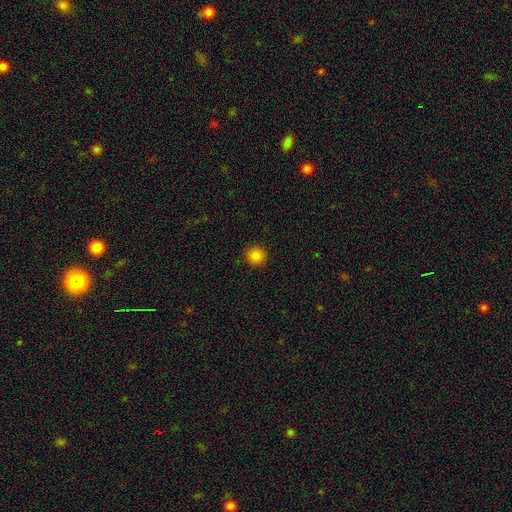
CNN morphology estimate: A smooth galaxy with no disk features (84%) that is round (92%).

Vote fractions:
- Smooth or featured? smooth: 84% / star or artifact: 13% / featured or disk: 4%
- How rounded? round: 92% / in between: 7% / cigar-shaped: 1%
- Merging? none: 91% / minor disturbance: 6% / major disturbance: 2% / merger: 1%